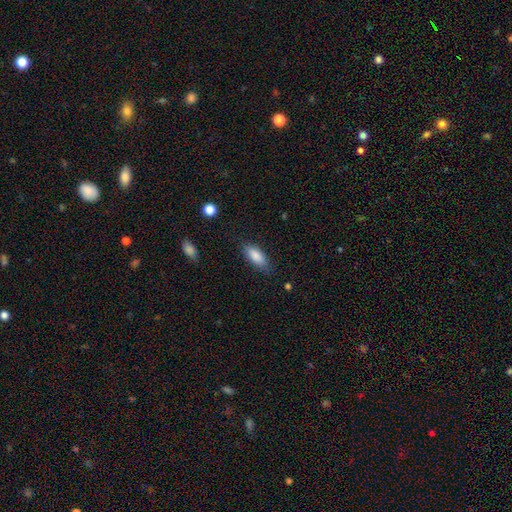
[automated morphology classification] Smooth or featured? Predicted: smooth (p=0.86). How rounded? Predicted: in between (p=0.79). Merging? Predicted: none (p=0.81).